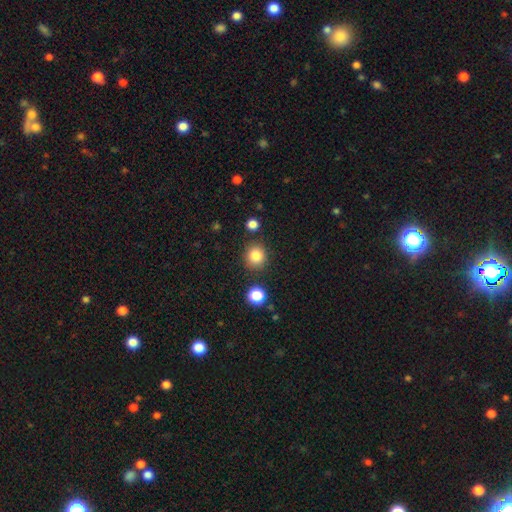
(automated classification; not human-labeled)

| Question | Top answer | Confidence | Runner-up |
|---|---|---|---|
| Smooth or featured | smooth | 84% | star or artifact (11%) |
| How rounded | round | 89% | in between (11%) |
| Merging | none | 85% | minor disturbance (8%) |